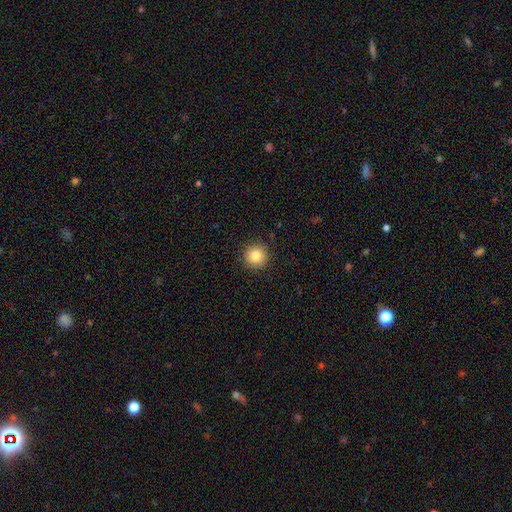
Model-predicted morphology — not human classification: Smooth or featured?
  - smooth: 84% *
  - star or artifact: 10%
  - featured or disk: 6%
How rounded?
  - round: 95% *
  - in between: 4%
  - cigar-shaped: 1%
Merging?
  - none: 91% *
  - minor disturbance: 6%
  - major disturbance: 2%
  - merger: 1%